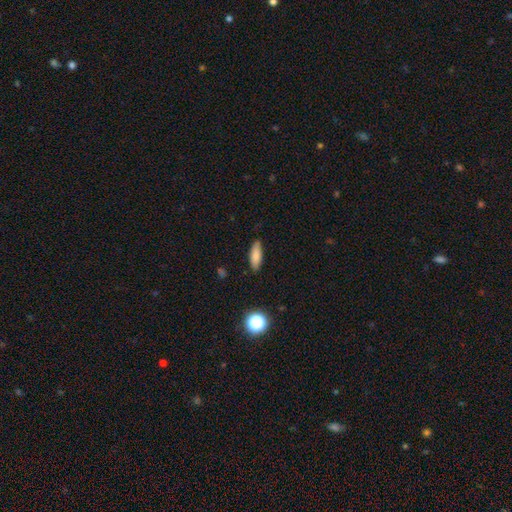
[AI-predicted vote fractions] smooth_or_featured: smooth (p=0.82) [alt: featured or disk p=0.10]
how_rounded: in between (p=0.58) [alt: cigar-shaped p=0.39]
merging: none (p=0.81) [alt: minor disturbance p=0.15]